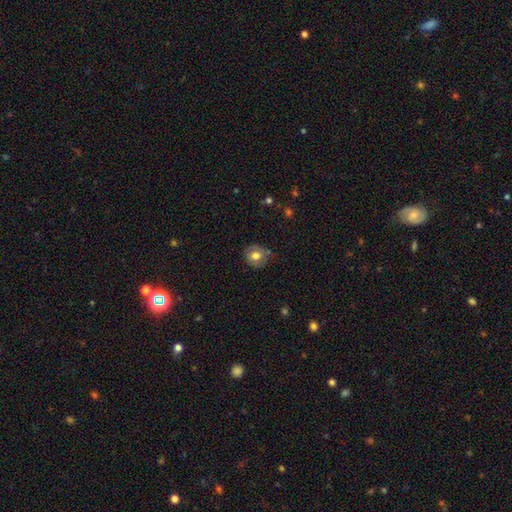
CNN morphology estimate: Smooth or featured: smooth — 68% (featured or disk — 23%)
How rounded: round — 76% (in between — 23%)
Merging: none — 70% (minor disturbance — 22%)